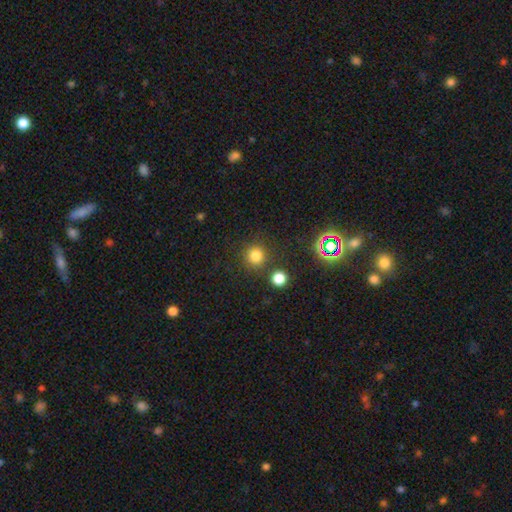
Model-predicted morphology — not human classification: type=smooth (78%); roundness=round (93%); merging=none (83%).